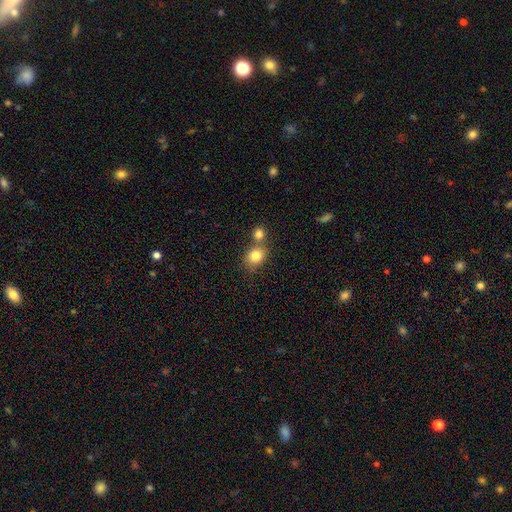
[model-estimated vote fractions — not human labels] This appears to be a smooth galaxy with no disk features (81%) that is round (62%). Merging: none (49%).